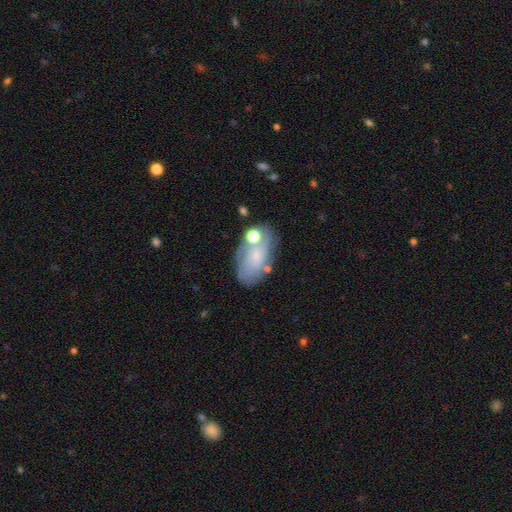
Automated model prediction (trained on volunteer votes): This is possibly a smooth galaxy (46%). Merging: possibly none (58%).